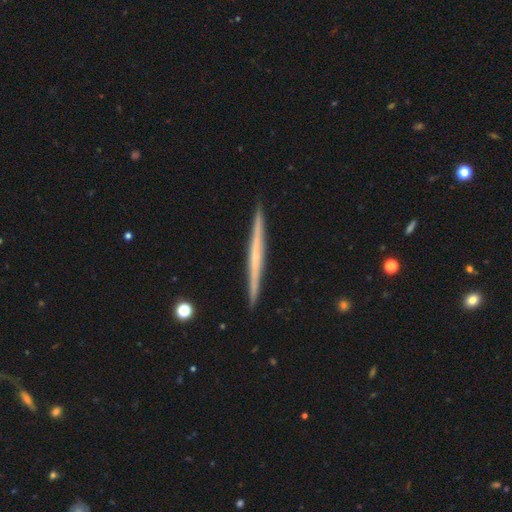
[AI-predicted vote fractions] Smooth or featured: featured or disk — 64% (smooth — 31%)
Edge-on disk: yes — 98% (no — 2%)
Edge-on bulge: none — 76% (rounded — 18%)
Merging: none — 92% (minor disturbance — 6%)